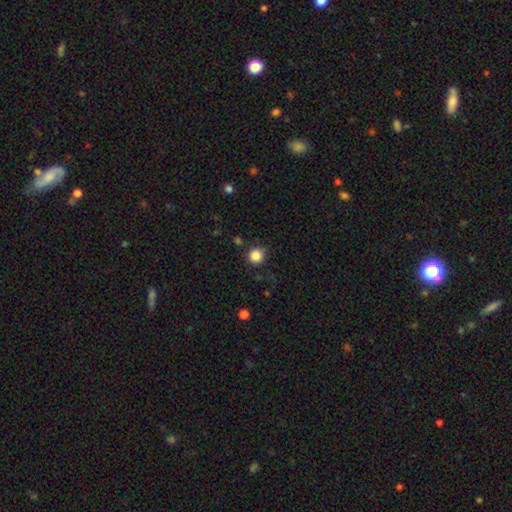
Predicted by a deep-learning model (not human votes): Morphology: type=smooth (85%); roundness=round (93%); merging=none (83%).